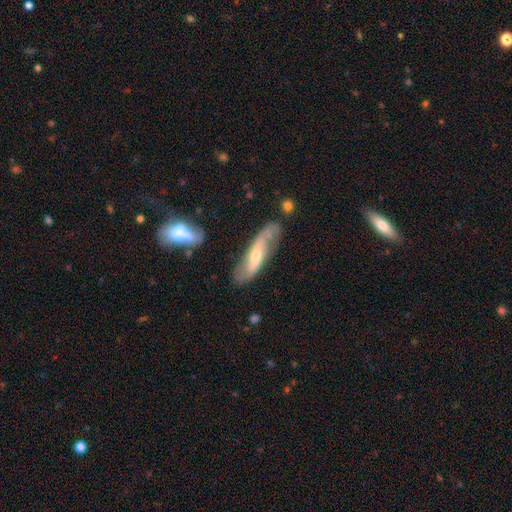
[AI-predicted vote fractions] This appears to be a featured or disk galaxy (67%) with a weak bar (38%, tied with no), spiral arms (86%) and a small central bulge (47%). Merging: none (64%).